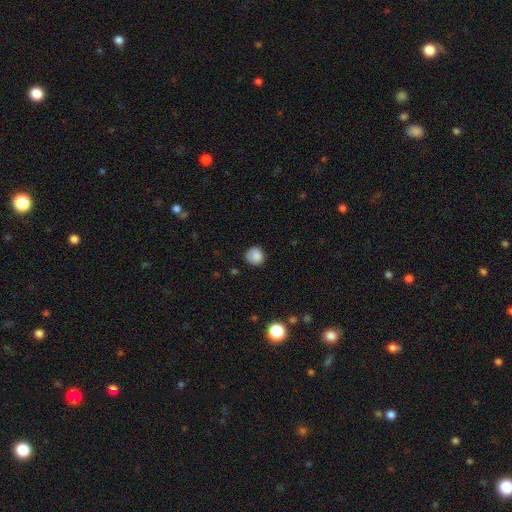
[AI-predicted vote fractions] This appears to be a smooth galaxy with no disk features (85%) that is round (89%). Merging: none (79%).